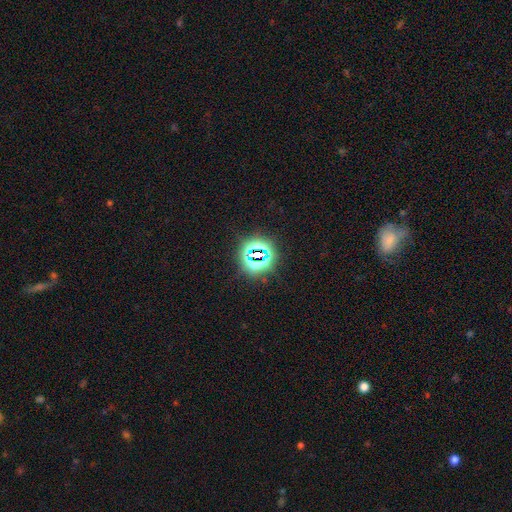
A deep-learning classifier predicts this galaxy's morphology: The model was most divided on "smooth or featured": star or artifact: 74%, smooth: 17%, featured or disk: 9%.